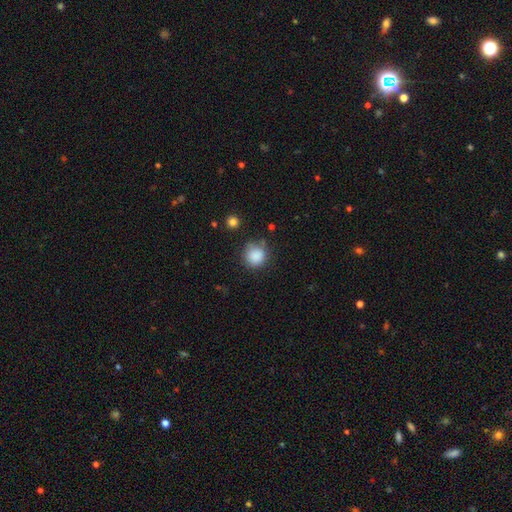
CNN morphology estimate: Q: Smooth or featured?
A: smooth (87%); runner-up: star or artifact (9%)
Q: How rounded?
A: round (90%); runner-up: in between (9%)
Q: Merging?
A: none (74%); runner-up: minor disturbance (17%)